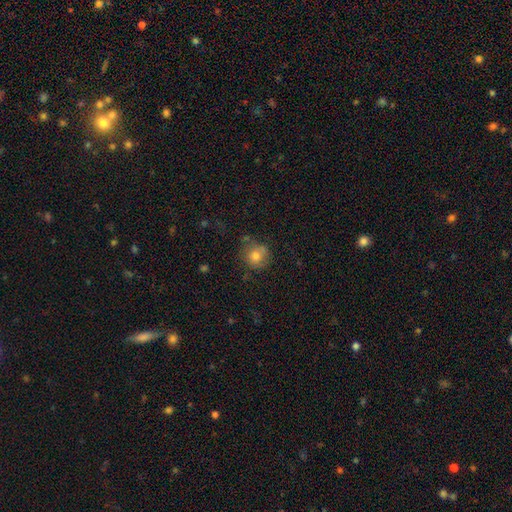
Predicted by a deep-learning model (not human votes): Overall: smooth (76%). How rounded: round (87%). Merging: none (67%).